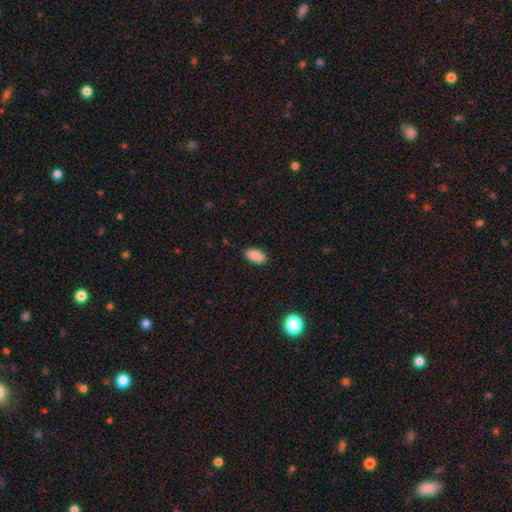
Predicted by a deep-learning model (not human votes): Smooth or featured: smooth — 89% (star or artifact — 8%)
How rounded: in between — 93% (round — 4%)
Merging: none — 87% (minor disturbance — 10%)